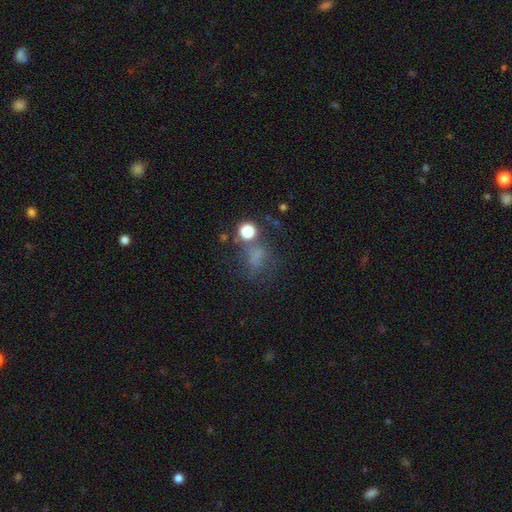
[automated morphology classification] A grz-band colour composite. It shows a smooth galaxy with no disk features (54%) that is round (57%). Merging: none (46%).